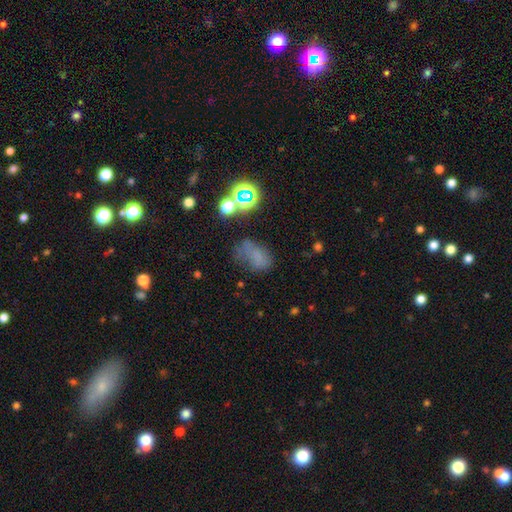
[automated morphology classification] Q: Smooth or featured?
A: smooth (54%); runner-up: star or artifact (26%)
Q: How rounded?
A: in between (76%); runner-up: round (22%)
Q: Merging?
A: none (39%); runner-up: minor disturbance (27%)